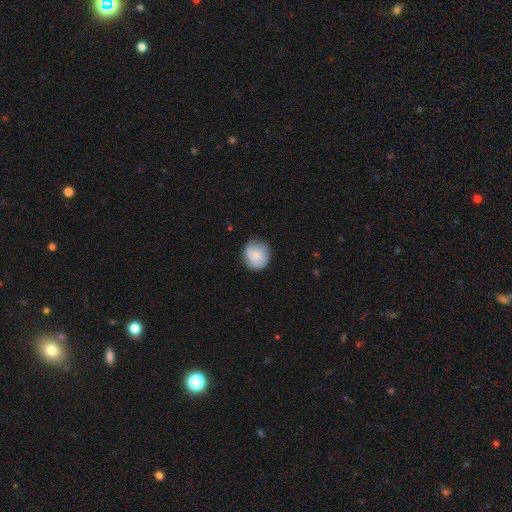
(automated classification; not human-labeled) Smooth or featured?
  - smooth: 79% *
  - featured or disk: 14%
  - star or artifact: 7%
How rounded?
  - round: 84% *
  - in between: 15%
  - cigar-shaped: 1%
Merging?
  - none: 77% *
  - minor disturbance: 17%
  - major disturbance: 4%
  - merger: 1%